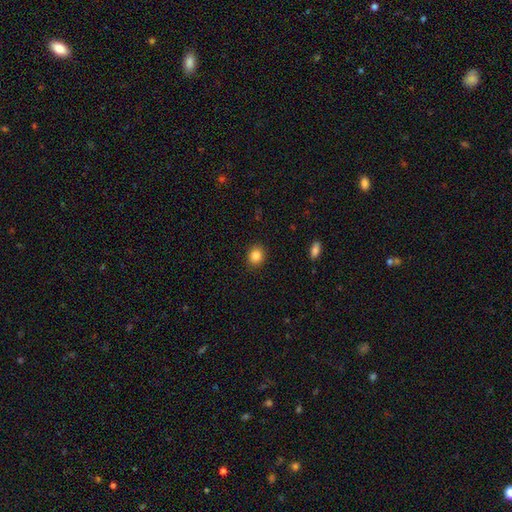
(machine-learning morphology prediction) smooth-or-featured: smooth: 85% | star or artifact: 10% | featured or disk: 5%
  how-rounded: round: 72% | in between: 27% | cigar-shaped: 1%
  merging: none: 90% | minor disturbance: 7% | major disturbance: 2% | merger: 1%